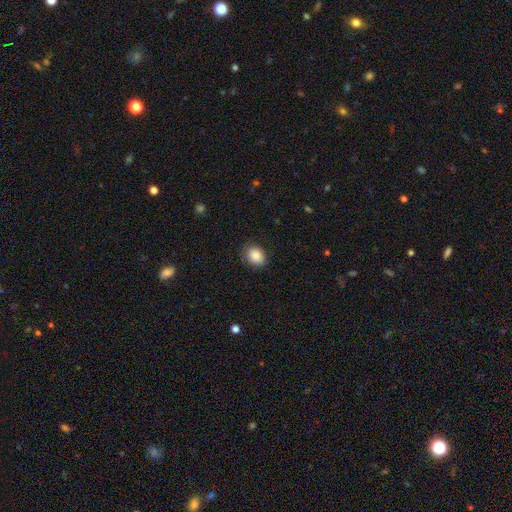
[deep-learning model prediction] Smooth or featured? Predicted: smooth (p=0.86). How rounded? Predicted: in between (p=0.52). Merging? Predicted: none (p=0.80).